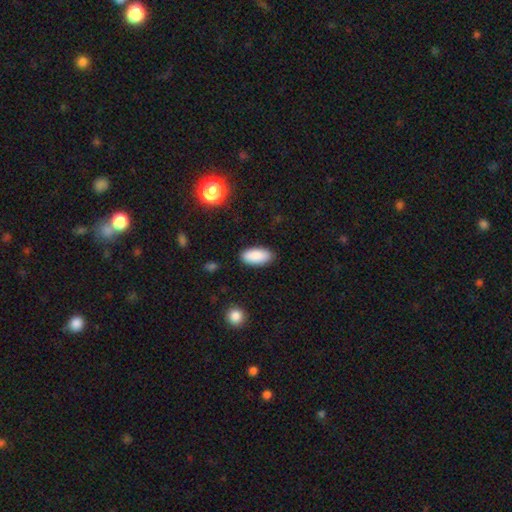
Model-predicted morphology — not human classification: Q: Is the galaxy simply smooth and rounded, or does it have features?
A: smooth — 89%.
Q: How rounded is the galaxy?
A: in between — 92%.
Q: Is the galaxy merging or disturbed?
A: none — 87%.